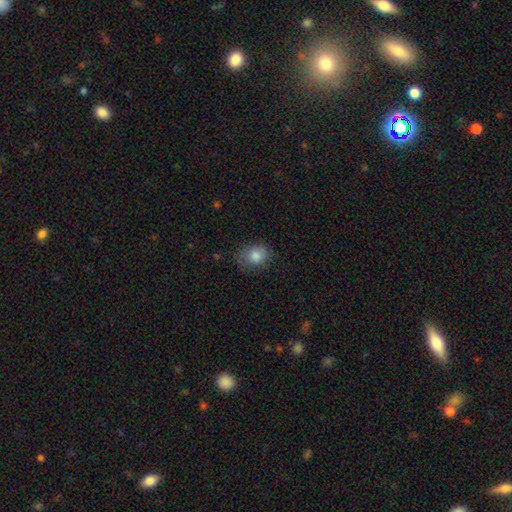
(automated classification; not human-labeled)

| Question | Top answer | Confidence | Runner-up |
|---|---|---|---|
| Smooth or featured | smooth | 83% | star or artifact (9%) |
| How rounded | in between | 50% | round (49%) |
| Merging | none | 70% | minor disturbance (22%) |